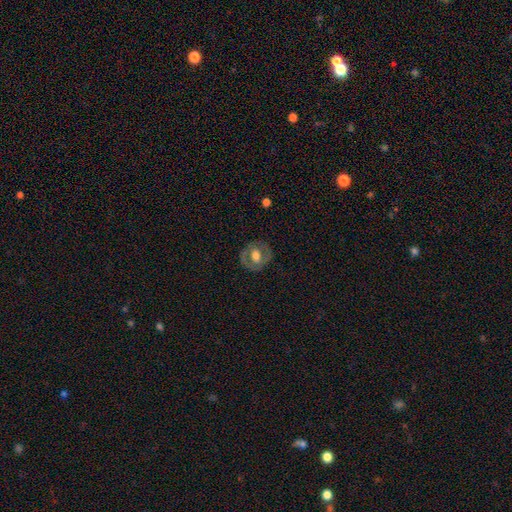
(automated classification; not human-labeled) Smooth or featured? featured or disk (56%)
Edge-on disk? no (95%)
Bar? no (55%)
Spiral arms? no (71%)
Bulge size? moderate (50%)
Merging? none (79%)